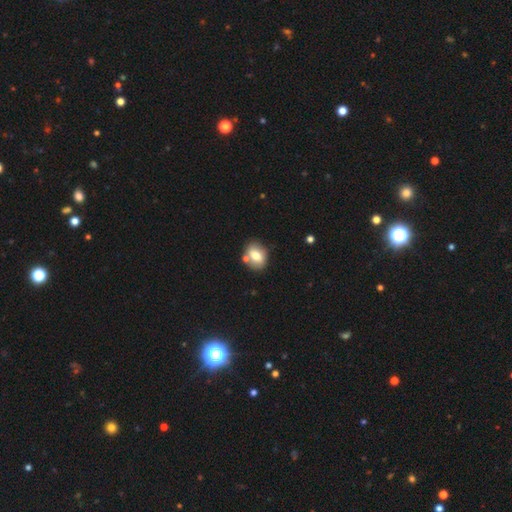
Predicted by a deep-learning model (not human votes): smooth_or_featured: smooth (p=0.69) [alt: featured or disk p=0.22]
how_rounded: in between (p=0.55) [alt: round p=0.43]
merging: none (p=0.68) [alt: merger p=0.15]